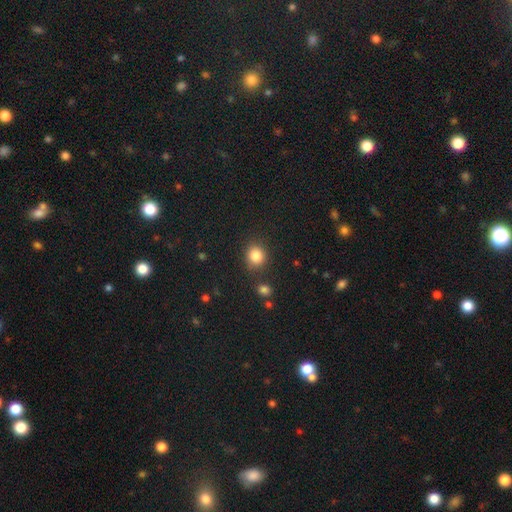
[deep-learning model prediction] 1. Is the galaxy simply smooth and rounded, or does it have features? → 85% smooth, 11% star or artifact, 5% featured or disk.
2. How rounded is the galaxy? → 77% round, 22% in between, 1% cigar-shaped.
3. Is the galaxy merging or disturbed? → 82% none, 10% minor disturbance, 4% merger, 3% major disturbance.